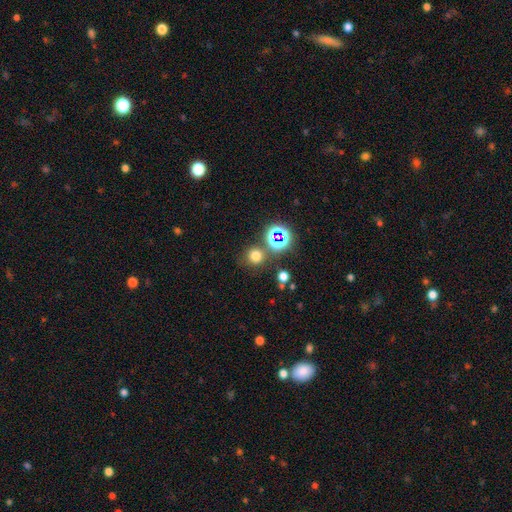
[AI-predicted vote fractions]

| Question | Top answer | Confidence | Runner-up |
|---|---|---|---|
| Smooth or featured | smooth | 69% | star or artifact (25%) |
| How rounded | round | 90% | in between (9%) |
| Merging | none | 76% | merger (11%) |